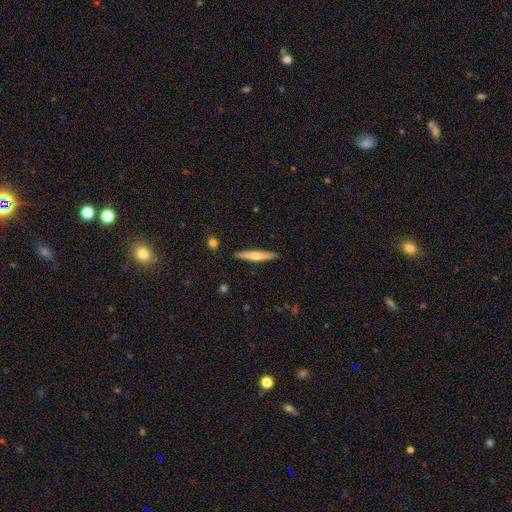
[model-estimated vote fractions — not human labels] The model was most divided on "smooth or featured": featured or disk: 51%, smooth: 44%, star or artifact: 6%. More confident: edge-on disk — yes (96%); merging — none (90%).